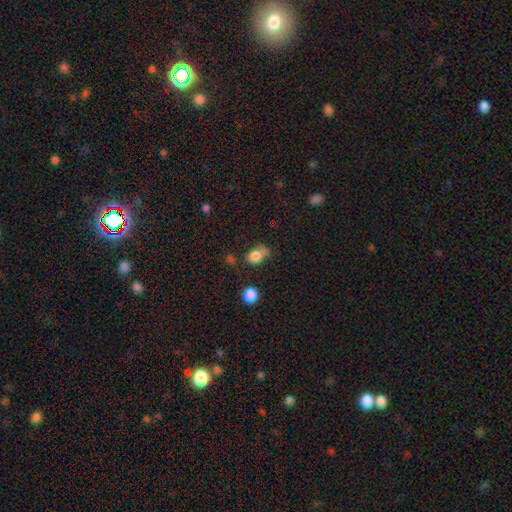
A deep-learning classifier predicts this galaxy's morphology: Smooth or featured? smooth (81%)
How rounded? in between (60%)
Merging? none (42%)